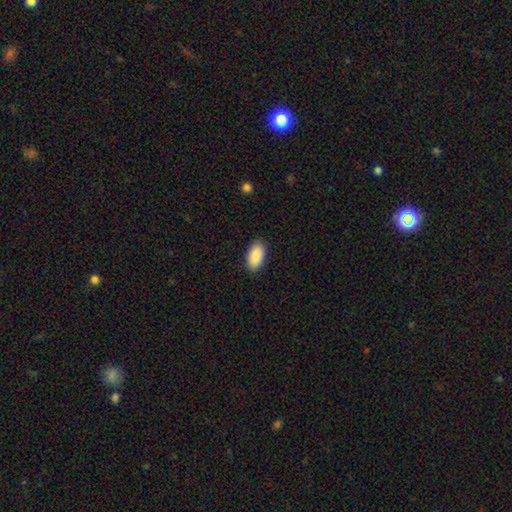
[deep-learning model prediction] A smooth galaxy with no disk features (91%) that is in between round and cigar-shaped (95%).

Vote fractions:
- Smooth or featured? smooth: 91% / star or artifact: 6% / featured or disk: 3%
- How rounded? in between: 95% / round: 3% / cigar-shaped: 2%
- Merging? none: 89% / minor disturbance: 8% / major disturbance: 2% / merger: 1%